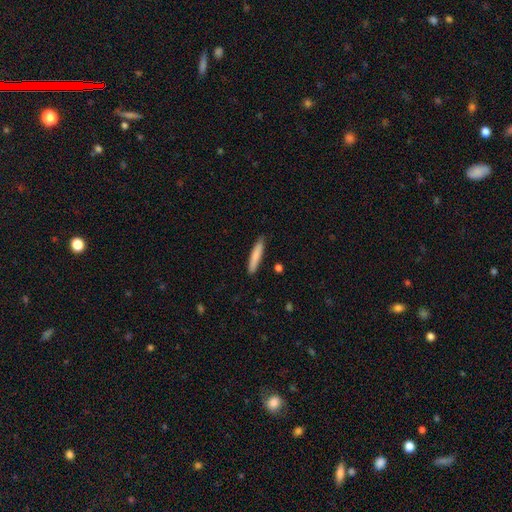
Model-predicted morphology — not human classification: type=smooth (81%); roundness=cigar-shaped (90%); merging=none (87%).